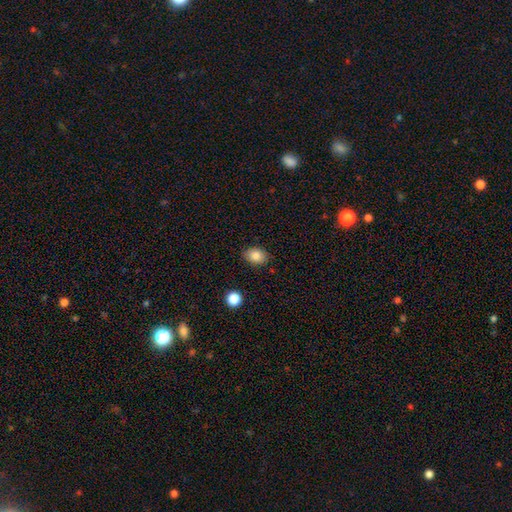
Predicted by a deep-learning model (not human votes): Smooth or featured? Predicted: smooth (p=0.84). How rounded? Predicted: in between (p=0.75). Merging? Predicted: none (p=0.85).